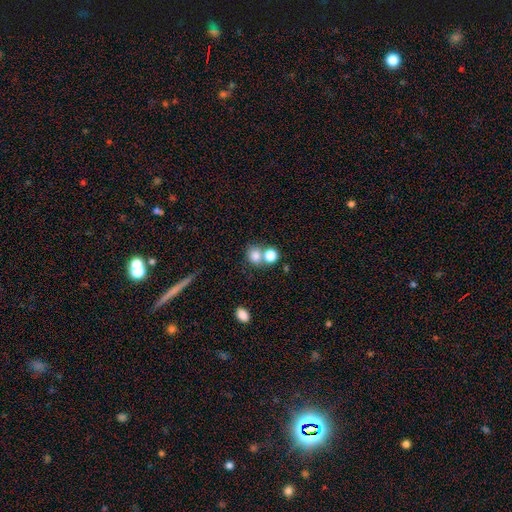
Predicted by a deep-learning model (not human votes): Smooth or featured?
  - smooth: 80% *
  - star or artifact: 12%
  - featured or disk: 8%
How rounded?
  - round: 73% *
  - in between: 25%
  - cigar-shaped: 1%
Merging?
  - none: 46% *
  - merger: 42%
  - minor disturbance: 8%
  - major disturbance: 4%